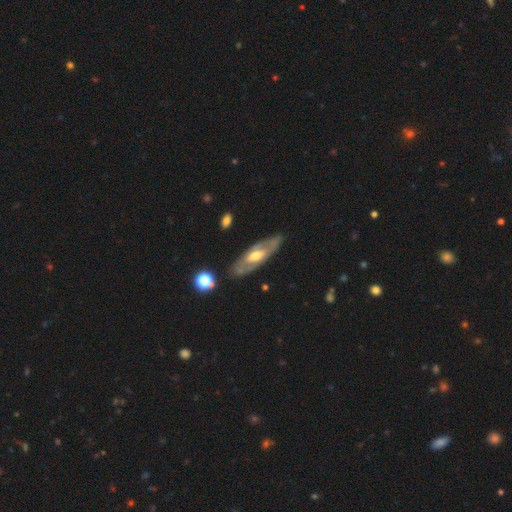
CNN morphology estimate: Smooth or featured?
  - featured or disk: 70% *
  - smooth: 25%
  - star or artifact: 5%
Edge-on disk?
  - no: 76% *
  - yes: 24%
Bar?
  - no: 44% *
  - weak: 36%
  - strong: 20%
Spiral arms?
  - no: 56% *
  - yes: 44%
Bulge size?
  - moderate: 65% *
  - small: 21%
  - large: 11%
  - none: 1%
  - dominant: 1%
Merging?
  - none: 81% *
  - minor disturbance: 13%
  - major disturbance: 4%
  - merger: 2%